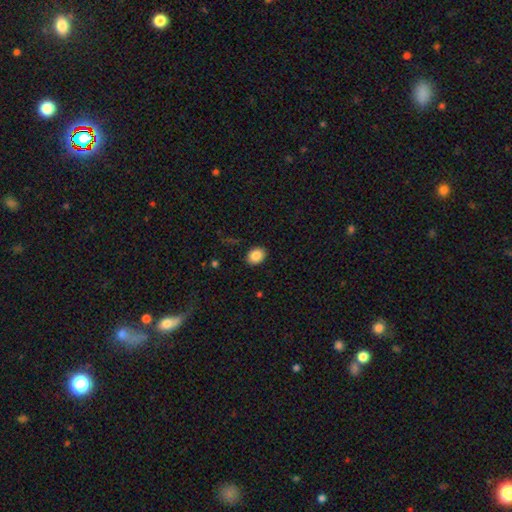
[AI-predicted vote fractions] Q: Smooth or featured?
A: smooth (86%); runner-up: star or artifact (8%)
Q: How rounded?
A: in between (61%); runner-up: round (38%)
Q: Merging?
A: none (89%); runner-up: minor disturbance (8%)